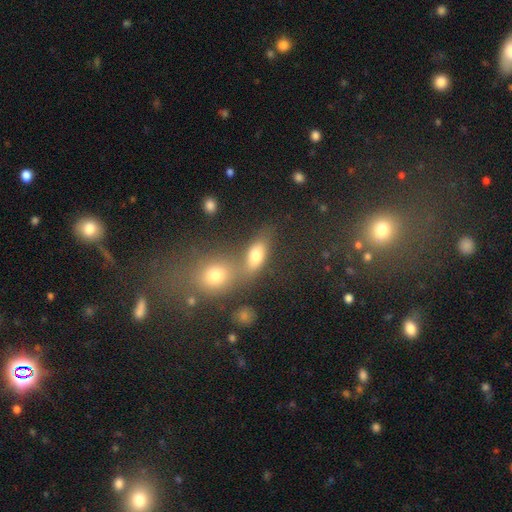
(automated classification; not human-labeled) smooth-or-featured: smooth: 74% | featured or disk: 14% | star or artifact: 13%
  how-rounded: in between: 75% | round: 18% | cigar-shaped: 7%
  merging: none: 42% | merger: 40% | minor disturbance: 11% | major disturbance: 7%